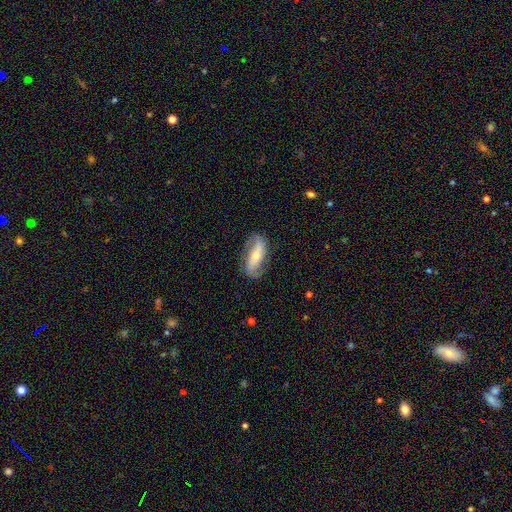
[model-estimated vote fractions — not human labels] Smooth or featured? Predicted: featured or disk (p=0.73). Edge-on disk? Predicted: no (p=0.87). Bar? Predicted: no (p=0.38). Spiral arms? Predicted: yes (p=0.88). Spiral winding? Predicted: loose (p=0.53). Spiral arm count? Predicted: 2 (p=0.88). Bulge size? Predicted: moderate (p=0.48). Merging? Predicted: none (p=0.77).